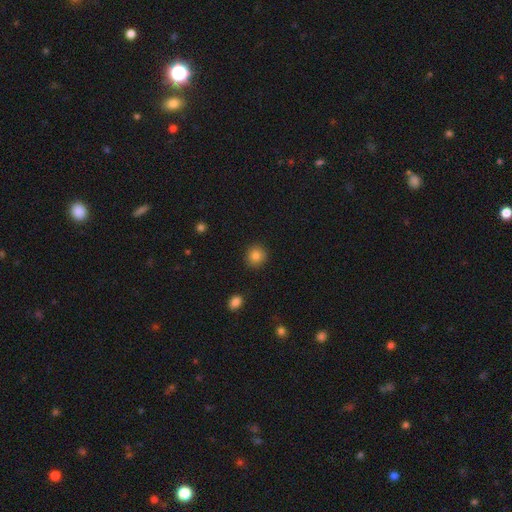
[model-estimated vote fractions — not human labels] This appears to be a smooth galaxy with no disk features (83%) that is round (91%). Merging: none (91%).